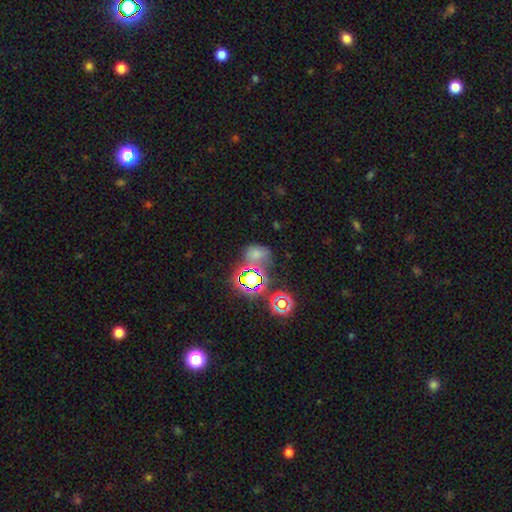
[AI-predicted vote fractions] Smooth or featured? Predicted: smooth (p=0.50). How rounded? Predicted: in between (p=0.54). Merging? Predicted: none (p=0.49).